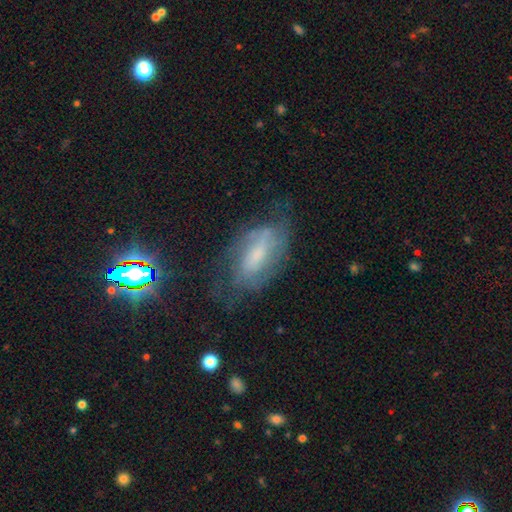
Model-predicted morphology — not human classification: smooth-or-featured: featured or disk: 61% | smooth: 28% | star or artifact: 11%
  disk-edge-on: no: 91% | yes: 9%
    bar: weak: 43% | no: 41% | strong: 16%
    has-spiral-arms: yes: 78% | no: 22%
    bulge-size: small: 43% | moderate: 32% | none: 17% | large: 7% | dominant: 2%
  merging: none: 56% | minor disturbance: 25% | major disturbance: 17% | merger: 2%